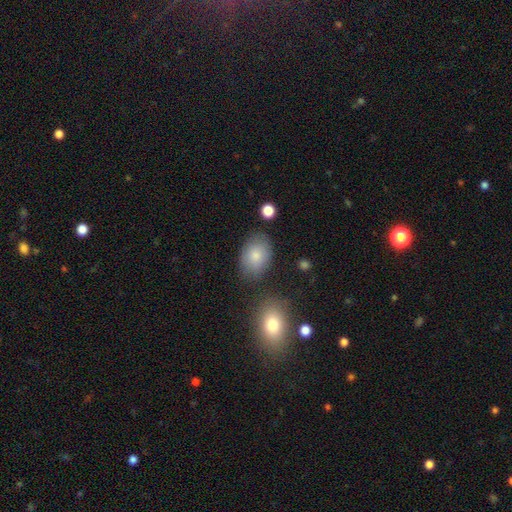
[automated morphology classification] A smooth galaxy with no disk features (84%) that is in between round and cigar-shaped (82%).

Vote fractions:
- Smooth or featured? smooth: 84% / featured or disk: 10% / star or artifact: 7%
- How rounded? in between: 82% / round: 17% / cigar-shaped: 1%
- Merging? none: 74% / minor disturbance: 16% / merger: 6% / major disturbance: 4%